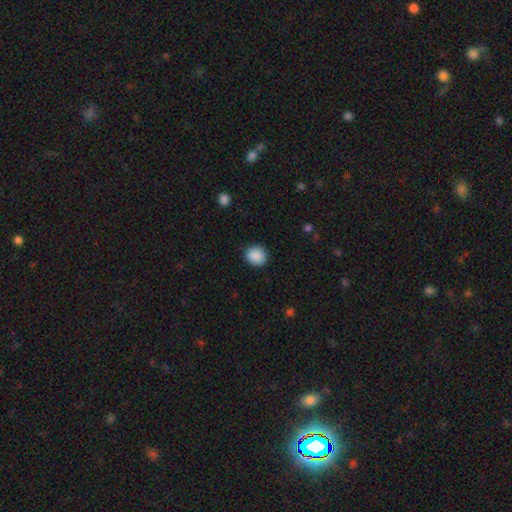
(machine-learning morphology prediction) A smooth galaxy with no disk features (89%) that is round (85%).

Vote fractions:
- Smooth or featured? smooth: 89% / star or artifact: 8% / featured or disk: 3%
- How rounded? round: 85% / in between: 14% / cigar-shaped: 1%
- Merging? none: 90% / minor disturbance: 7% / major disturbance: 2% / merger: 1%